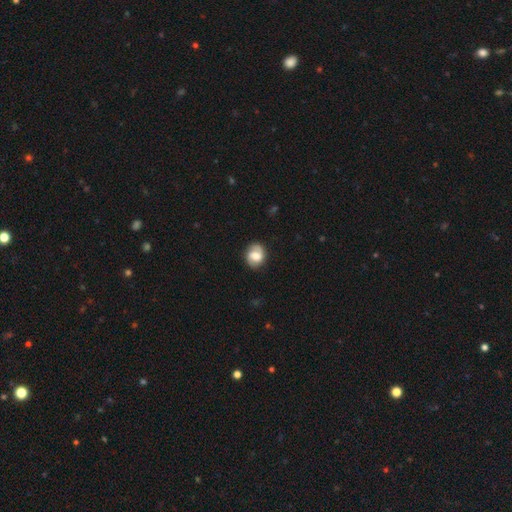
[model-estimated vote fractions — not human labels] The model was most divided on "smooth or featured": smooth: 50%, featured or disk: 42%, star or artifact: 8%. More confident: merging — none (76%); how rounded — round (56%).